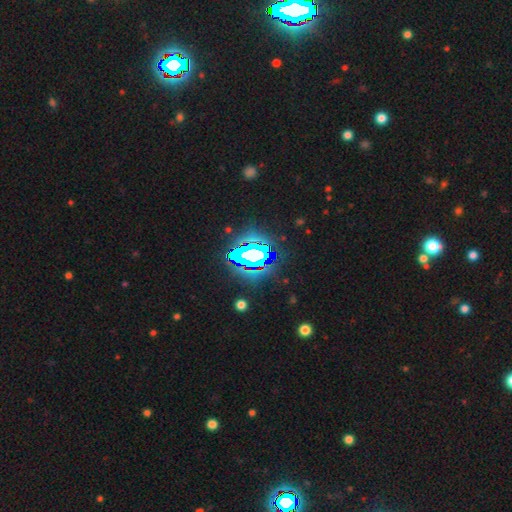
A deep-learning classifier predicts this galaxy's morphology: A star or artifact, not a galaxy (73%).